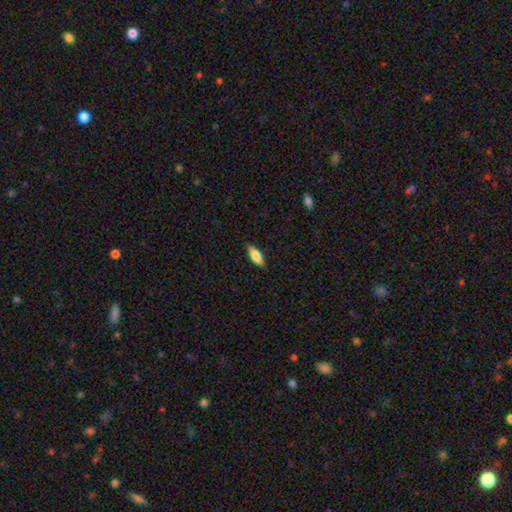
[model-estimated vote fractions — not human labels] Morphology: type=smooth (71%); roundness=in between (63%); merging=none (88%).